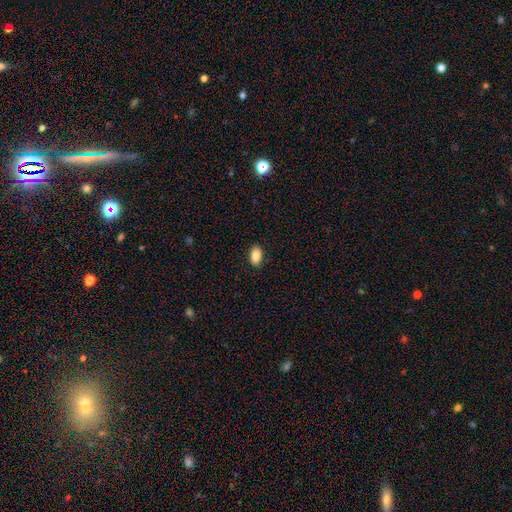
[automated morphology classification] smooth 85%, star or artifact 7%, featured or disk 7%. Down the decision tree: how rounded — in between (92%); merging — none (89%).